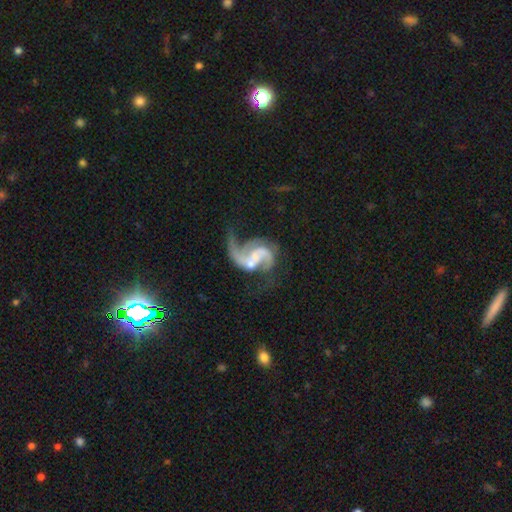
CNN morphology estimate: Q: Smooth or featured?
A: featured or disk (87%); runner-up: smooth (7%)
Q: Edge-on disk?
A: no (98%); runner-up: yes (2%)
Q: Bar?
A: no (46%); runner-up: weak (40%)
Q: Spiral arms?
A: yes (95%); runner-up: no (5%)
Q: Spiral winding?
A: loose (52%); runner-up: medium (39%)
Q: Spiral arm count?
A: 2 (78%); runner-up: 1 (8%)
Q: Bulge size?
A: small (38%); runner-up: none (27%)
Q: Merging?
A: none (35%); runner-up: major disturbance (30%)